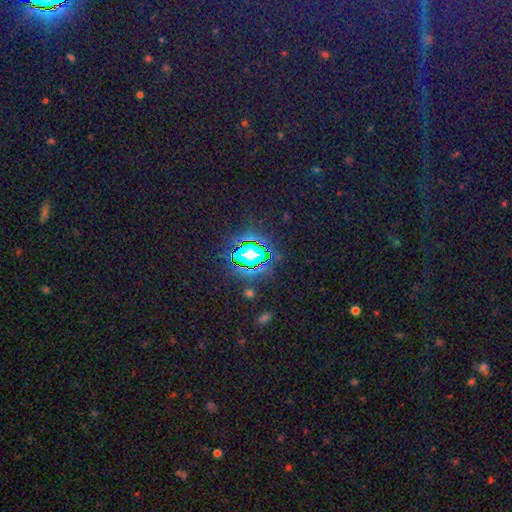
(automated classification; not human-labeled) Smooth or featured?
  - star or artifact: 78% *
  - smooth: 14%
  - featured or disk: 8%